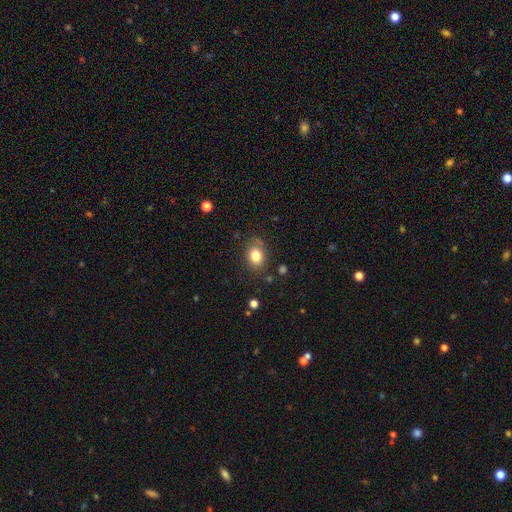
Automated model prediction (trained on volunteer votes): Morphology: type=smooth (82%); roundness=in between (60%); merging=none (77%).